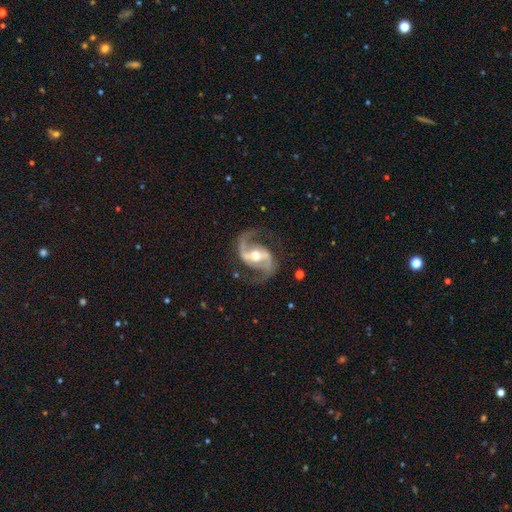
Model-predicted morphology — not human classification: type=featured or disk (93%); edge-on=no (98%); bar=weak (40%); spiral arms=yes (98%); winding=medium (56%); arm count=2 (94%); bulge=moderate (72%); merging=none (79%).